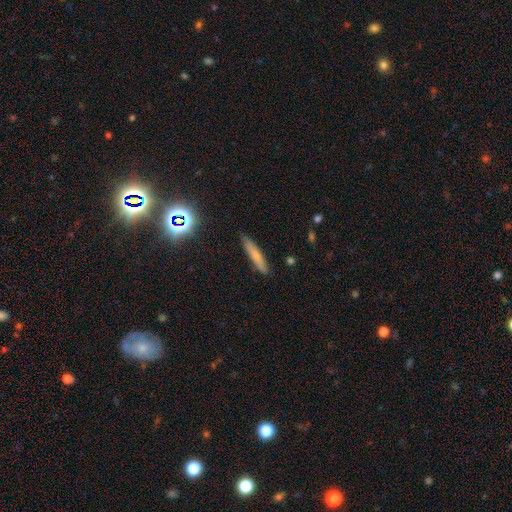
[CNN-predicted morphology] Overall: smooth (70%). How rounded: cigar-shaped (90%). Merging: none (84%).